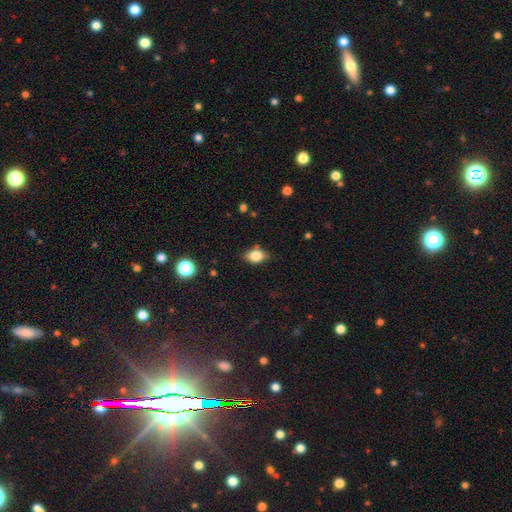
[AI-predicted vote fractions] This is likely a smooth galaxy (79%). How rounded: likely in between (75%). Merging: likely none (74%).